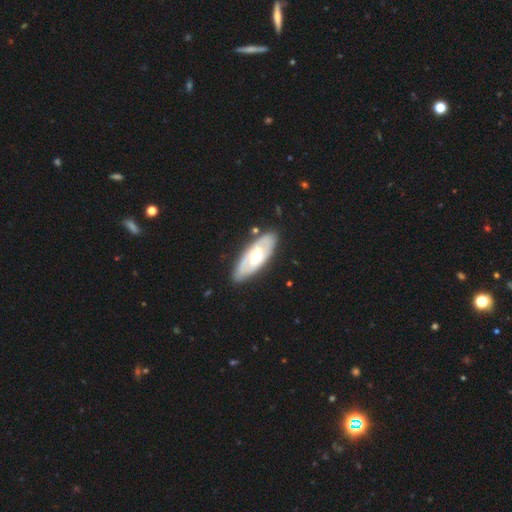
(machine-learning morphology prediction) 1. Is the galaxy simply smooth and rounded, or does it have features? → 62% featured or disk, 33% smooth, 4% star or artifact.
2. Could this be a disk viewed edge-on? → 78% no, 22% yes.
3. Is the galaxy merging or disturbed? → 83% none, 12% minor disturbance, 3% major disturbance, 2% merger.